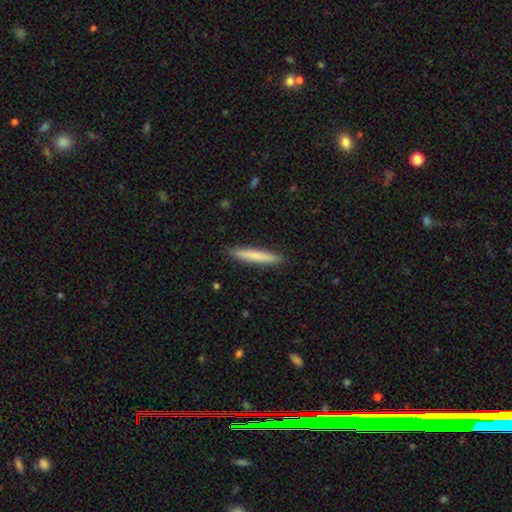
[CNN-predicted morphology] Smooth or featured: smooth — 77% (featured or disk — 17%)
How rounded: cigar-shaped — 95% (in between — 4%)
Merging: none — 92% (minor disturbance — 6%)